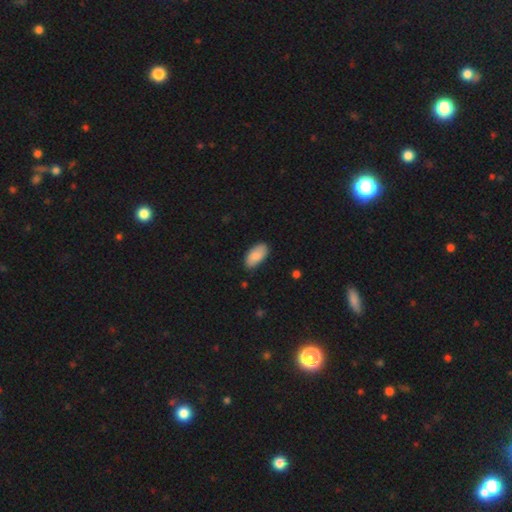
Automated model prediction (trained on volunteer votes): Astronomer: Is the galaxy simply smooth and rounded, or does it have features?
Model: smooth — 85%.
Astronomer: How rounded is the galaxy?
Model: in between — 94%.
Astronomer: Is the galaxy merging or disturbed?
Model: none — 78%.